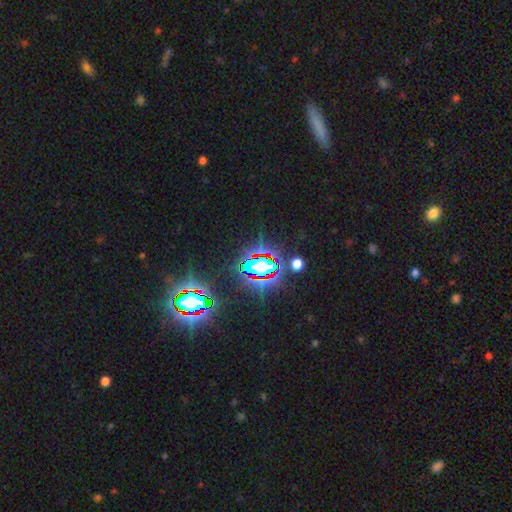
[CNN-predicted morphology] smooth_or_featured: star or artifact (p=0.81) [alt: smooth p=0.11]